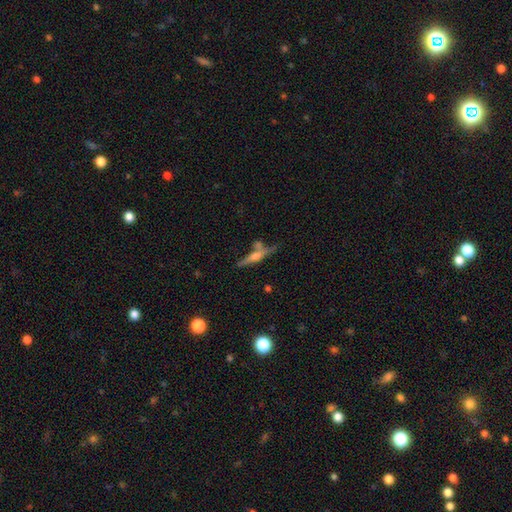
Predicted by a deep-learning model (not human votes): This is likely a featured or disk galaxy (71%). It is clearly viewed edge-on (95%). Edge-on bulge: clearly rounded (83%). Merging: likely none (67%).